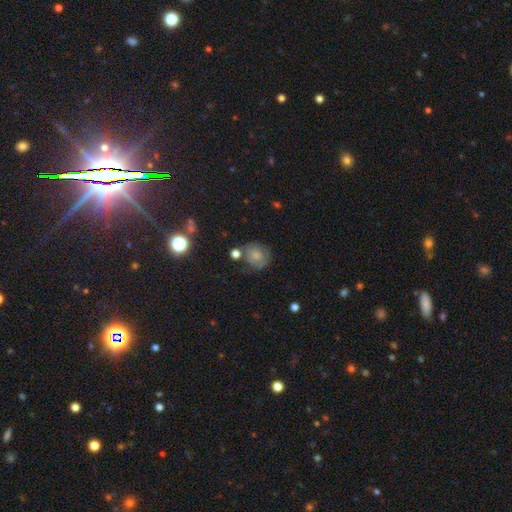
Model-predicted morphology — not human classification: This appears to be a smooth galaxy with no disk features (67%) that is round (79%). Merging: none (61%).